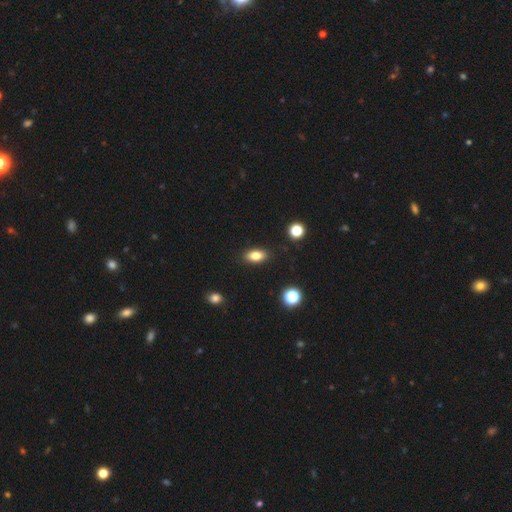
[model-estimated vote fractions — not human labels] Smooth or featured?
  - smooth: 79% *
  - featured or disk: 11%
  - star or artifact: 10%
How rounded?
  - in between: 85% *
  - round: 8%
  - cigar-shaped: 7%
Merging?
  - none: 87% *
  - minor disturbance: 9%
  - major disturbance: 2%
  - merger: 1%